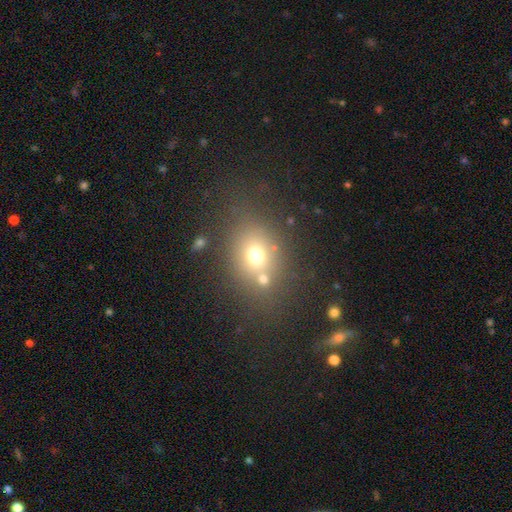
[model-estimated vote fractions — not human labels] This is likely a smooth galaxy (67%). How rounded: possibly round (54%). Merging: likely none (63%).